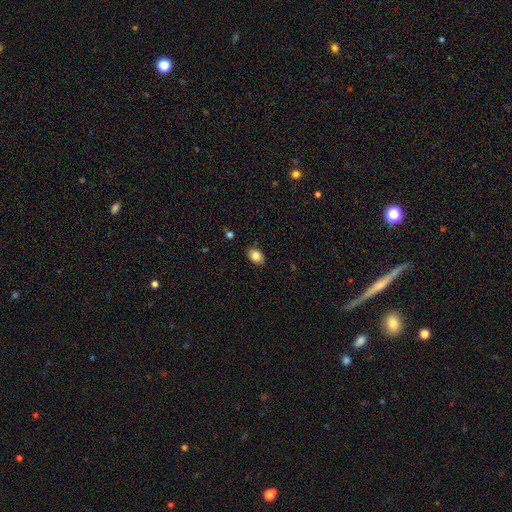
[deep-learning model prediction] The model was most divided on "how rounded": in between: 75%, round: 24%, cigar-shaped: 1%. More confident: merging — none (85%); smooth or featured — smooth (85%).